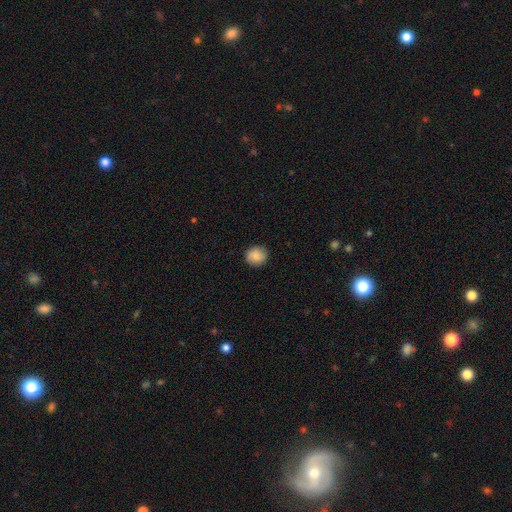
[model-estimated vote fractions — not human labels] Overall: smooth (85%). How rounded: round (86%). Merging: none (89%).